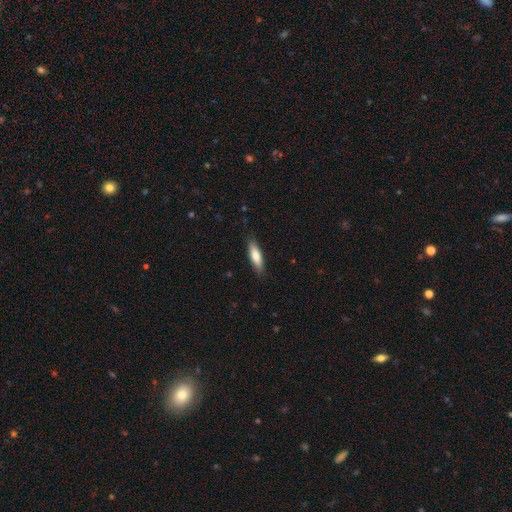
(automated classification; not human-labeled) smooth-or-featured: smooth: 77% | featured or disk: 18% | star or artifact: 6%
  how-rounded: cigar-shaped: 59% | in between: 40% | round: 2%
  merging: none: 86% | minor disturbance: 11% | major disturbance: 2% | merger: 1%